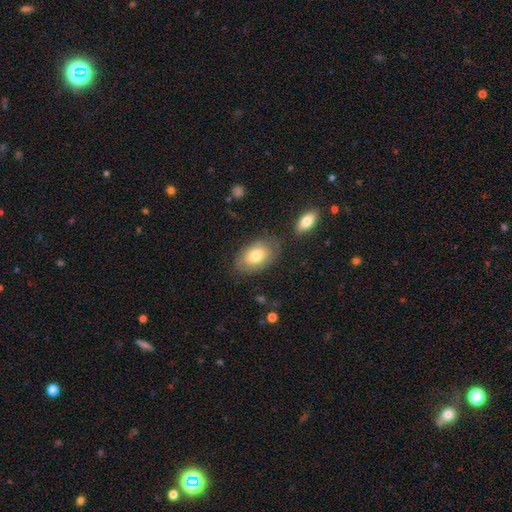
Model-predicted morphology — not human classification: Smooth or featured: smooth — 72% (featured or disk — 21%)
How rounded: in between — 89% (round — 10%)
Merging: none — 73% (minor disturbance — 18%)